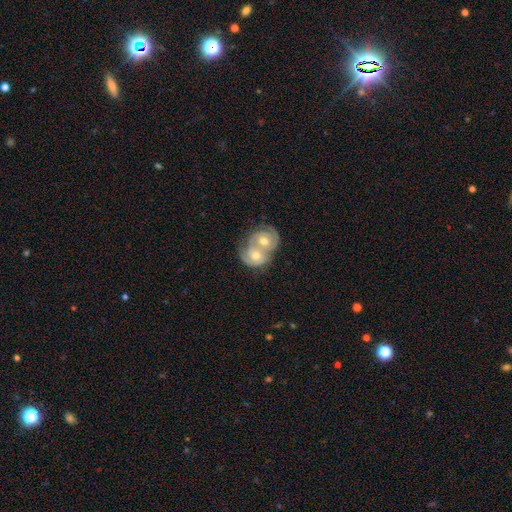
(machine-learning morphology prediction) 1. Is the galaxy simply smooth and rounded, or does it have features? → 71% featured or disk, 23% smooth, 5% star or artifact.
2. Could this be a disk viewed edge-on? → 97% no, 3% yes.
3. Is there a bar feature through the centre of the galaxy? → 74% no, 22% weak, 5% strong.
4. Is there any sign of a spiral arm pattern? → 86% yes, 14% no.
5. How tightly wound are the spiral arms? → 62% tight, 30% medium, 8% loose.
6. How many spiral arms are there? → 59% 2, 21% can't tell, 9% 3, 8% 1, 2% 4, 2% more than 4.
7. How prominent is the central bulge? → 73% moderate, 20% small, 5% large, 2% none, 1% dominant.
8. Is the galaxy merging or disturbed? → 78% merger, 14% none, 5% minor disturbance, 3% major disturbance.